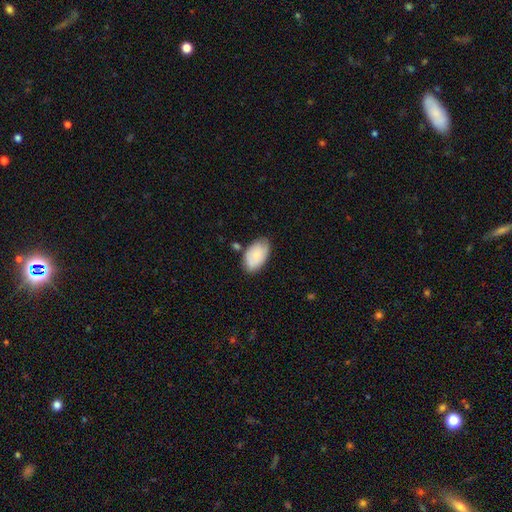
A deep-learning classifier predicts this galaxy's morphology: Overall: smooth (72%). How rounded: in between (93%). Merging: none (67%).